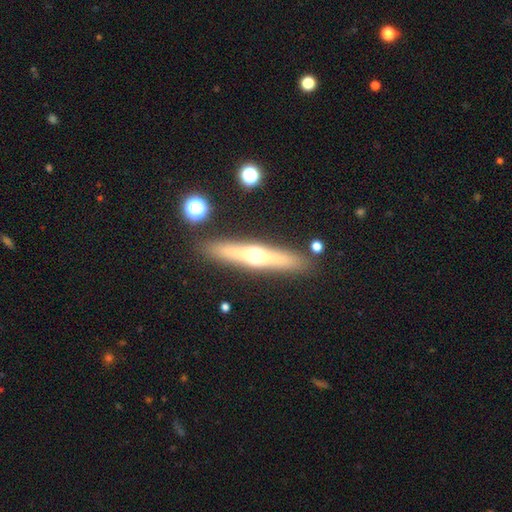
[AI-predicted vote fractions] Smooth or featured?
  - featured or disk: 59% *
  - smooth: 34%
  - star or artifact: 7%
Edge-on disk?
  - yes: 94% *
  - no: 6%
Edge-on bulge?
  - rounded: 92% *
  - none: 6%
  - boxy: 3%
Merging?
  - none: 88% *
  - minor disturbance: 8%
  - merger: 3%
  - major disturbance: 2%